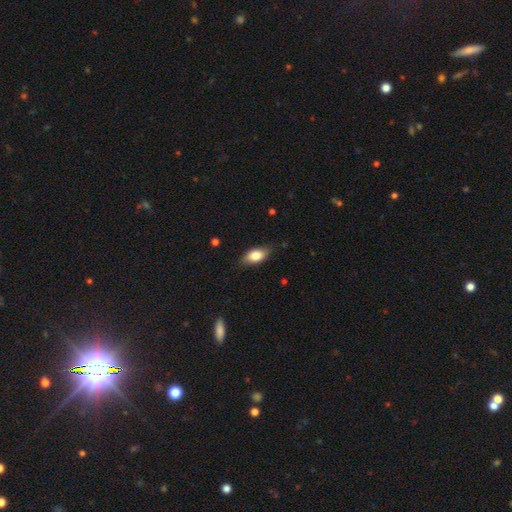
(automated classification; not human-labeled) A smooth galaxy with no disk features (79%) that is in between round and cigar-shaped (88%).

Vote fractions:
- Smooth or featured? smooth: 79% / featured or disk: 15% / star or artifact: 7%
- How rounded? in between: 88% / cigar-shaped: 7% / round: 5%
- Merging? none: 77% / minor disturbance: 19% / major disturbance: 3% / merger: 1%